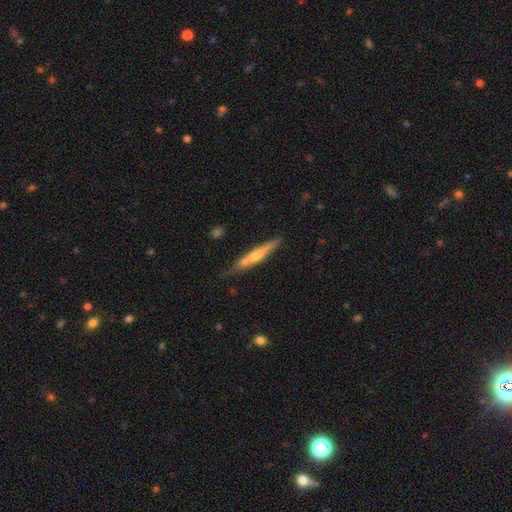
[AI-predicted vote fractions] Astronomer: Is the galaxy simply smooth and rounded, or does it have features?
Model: featured or disk — 64%.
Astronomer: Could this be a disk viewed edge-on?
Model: yes — 95%.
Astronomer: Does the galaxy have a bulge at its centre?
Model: rounded — 76%.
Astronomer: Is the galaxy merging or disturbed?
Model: none — 73%.